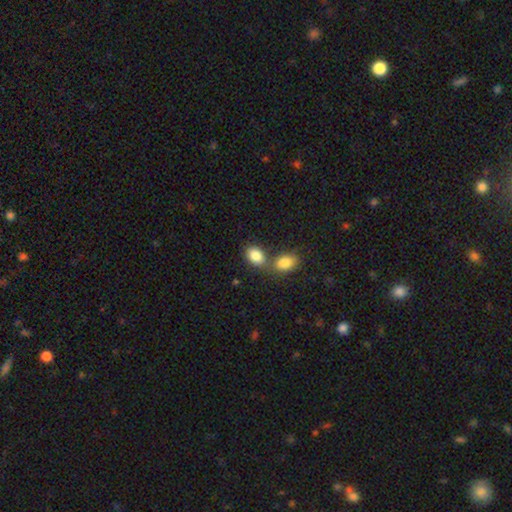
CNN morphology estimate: Overall: smooth (86%). How rounded: in between (83%). Merging: merger (44%; none 43%).